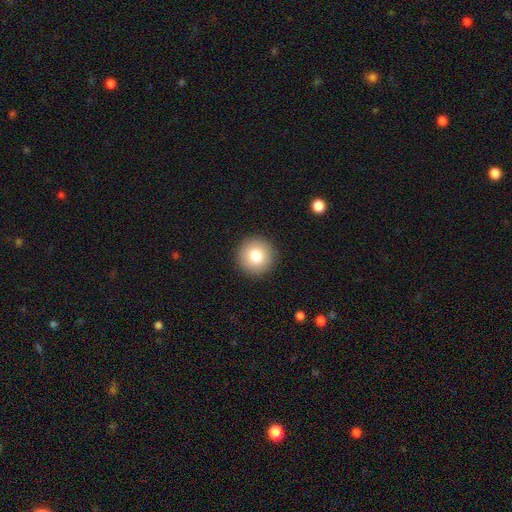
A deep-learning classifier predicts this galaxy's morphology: smooth-or-featured: smooth: 80% | featured or disk: 11% | star or artifact: 9%
  how-rounded: round: 96% | in between: 4% | cigar-shaped: 1%
  merging: none: 92% | minor disturbance: 5% | major disturbance: 2% | merger: 1%